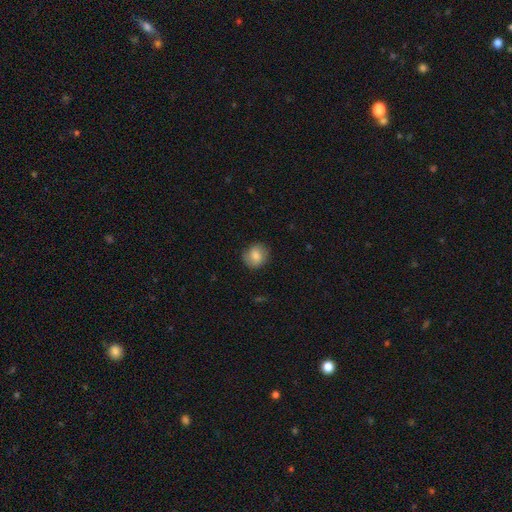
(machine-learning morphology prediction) Smooth or featured?
  - smooth: 81% *
  - featured or disk: 11%
  - star or artifact: 8%
How rounded?
  - round: 75% *
  - in between: 24%
  - cigar-shaped: 1%
Merging?
  - none: 81% *
  - minor disturbance: 14%
  - major disturbance: 4%
  - merger: 1%